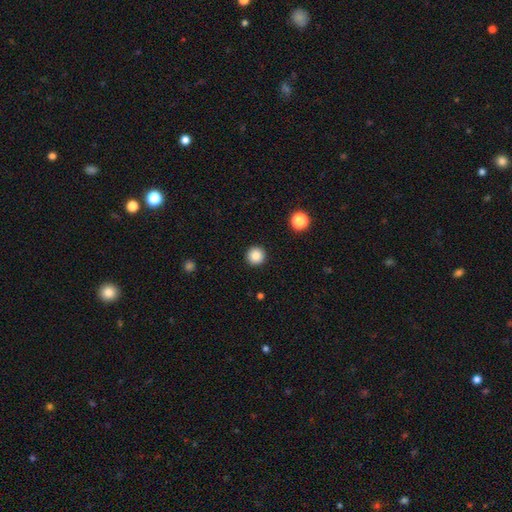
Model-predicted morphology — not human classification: Q: Smooth or featured?
A: smooth (87%); runner-up: star or artifact (10%)
Q: How rounded?
A: round (96%); runner-up: in between (3%)
Q: Merging?
A: none (93%); runner-up: minor disturbance (4%)